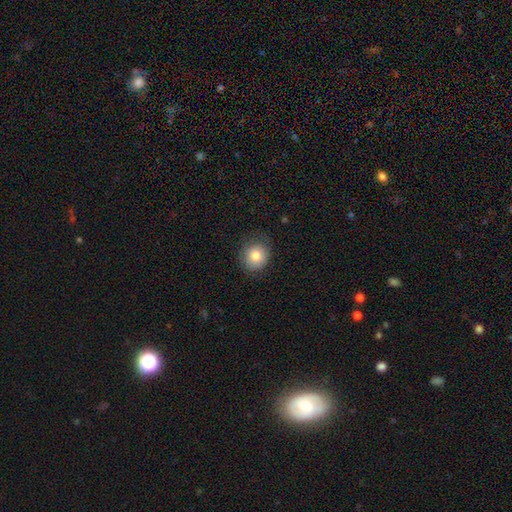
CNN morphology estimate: Smooth or featured? Predicted: smooth (p=0.81). How rounded? Predicted: round (p=0.82). Merging? Predicted: none (p=0.78).